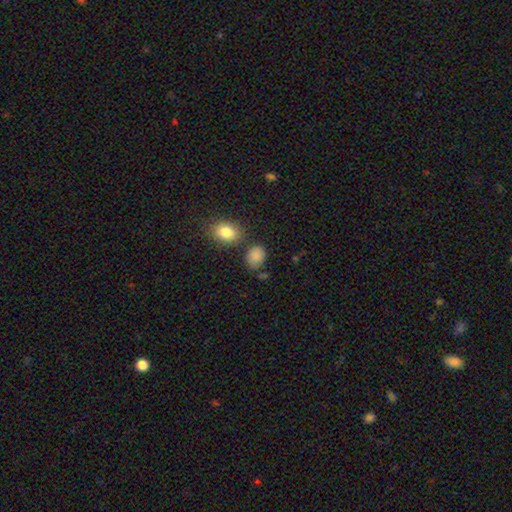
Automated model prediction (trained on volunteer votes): This is clearly a smooth galaxy (85%). How rounded: likely in between (61%). Merging: likely none (70%).